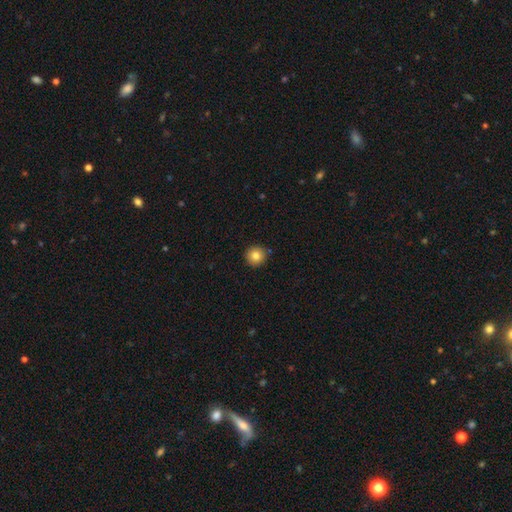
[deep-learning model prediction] smooth-or-featured: smooth: 82% | star or artifact: 10% | featured or disk: 8%
  how-rounded: round: 95% | in between: 4% | cigar-shaped: 1%
  merging: none: 89% | minor disturbance: 7% | merger: 2% | major disturbance: 2%